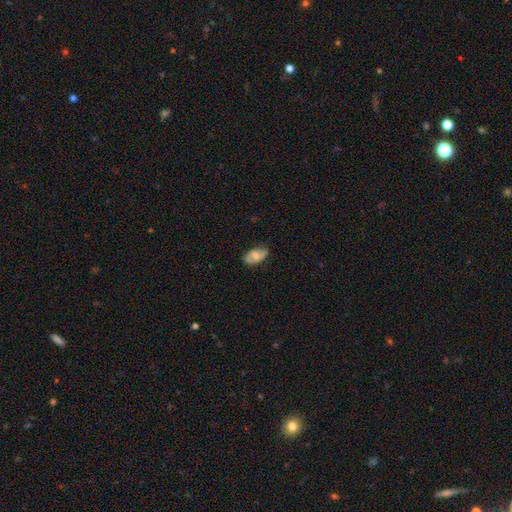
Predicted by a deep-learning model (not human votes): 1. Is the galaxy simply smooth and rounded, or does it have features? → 58% smooth, 35% featured or disk, 7% star or artifact.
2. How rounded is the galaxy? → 92% in between, 5% round, 2% cigar-shaped.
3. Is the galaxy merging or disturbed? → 78% none, 18% minor disturbance, 3% major disturbance, 1% merger.